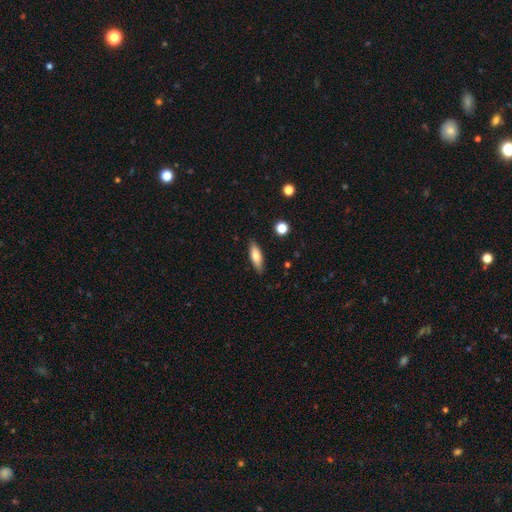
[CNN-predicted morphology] Smooth or featured? Predicted: smooth (p=0.73). How rounded? Predicted: in between (p=0.51). Merging? Predicted: none (p=0.87).